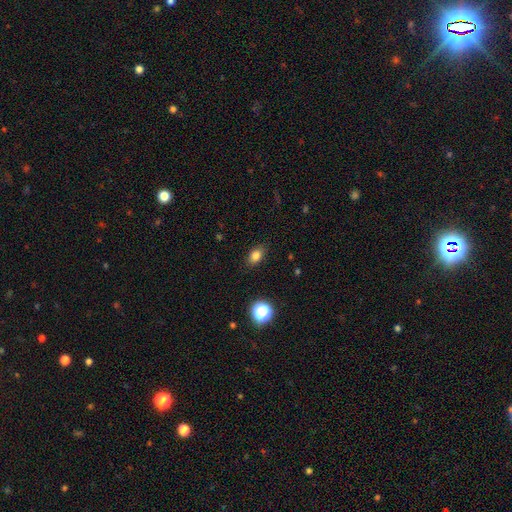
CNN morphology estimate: A smooth galaxy with no disk features (81%) that is in between round and cigar-shaped (75%).

Vote fractions:
- Smooth or featured? smooth: 81% / star or artifact: 12% / featured or disk: 7%
- How rounded? in between: 75% / round: 23% / cigar-shaped: 2%
- Merging? none: 86% / minor disturbance: 10% / major disturbance: 3% / merger: 1%